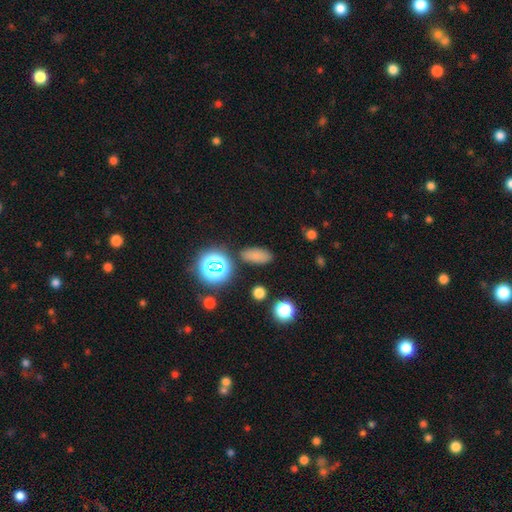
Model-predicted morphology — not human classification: smooth_or_featured: smooth (p=0.75) [alt: star or artifact p=0.19]
how_rounded: in between (p=0.83) [alt: cigar-shaped p=0.09]
merging: none (p=0.85) [alt: minor disturbance p=0.09]